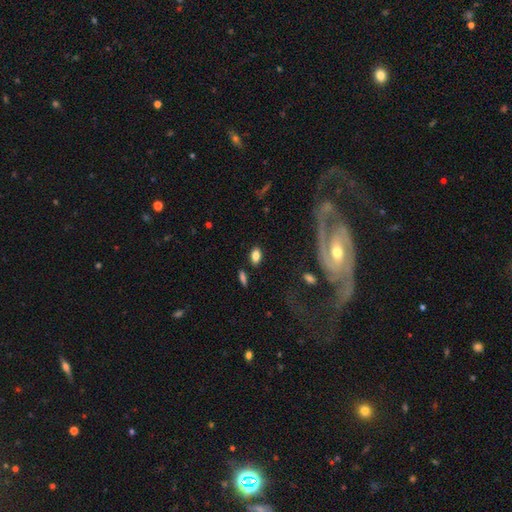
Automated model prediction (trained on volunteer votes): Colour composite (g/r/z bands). It shows a smooth galaxy with no disk features (80%) that is in between round and cigar-shaped (88%). Merging: none (83%).